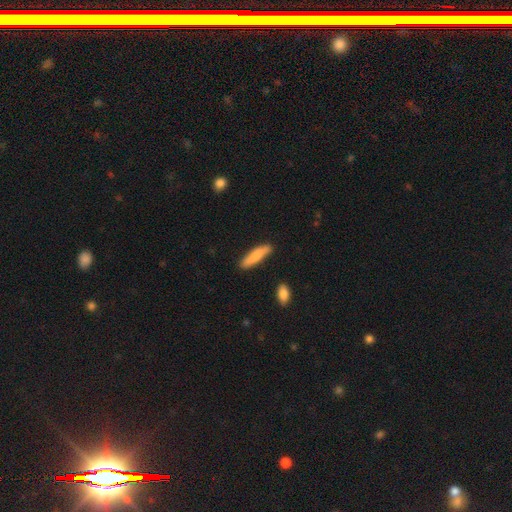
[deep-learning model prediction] Q: Smooth or featured?
A: smooth (78%); runner-up: featured or disk (17%)
Q: How rounded?
A: cigar-shaped (74%); runner-up: in between (24%)
Q: Merging?
A: none (85%); runner-up: minor disturbance (11%)